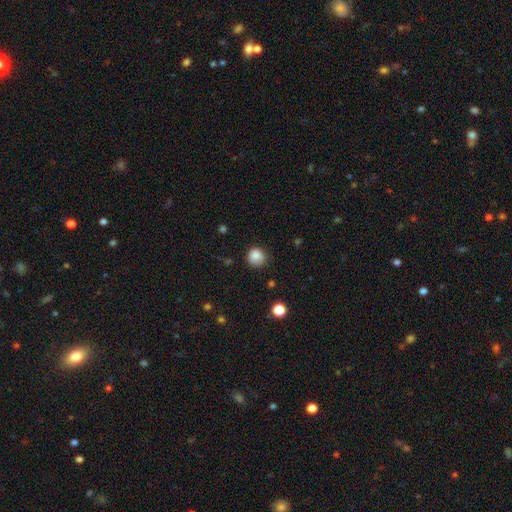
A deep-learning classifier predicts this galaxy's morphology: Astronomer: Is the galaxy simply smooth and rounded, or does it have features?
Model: smooth — 84%.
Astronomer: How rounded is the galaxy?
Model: round — 86%.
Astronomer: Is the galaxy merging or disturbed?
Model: none — 74%.